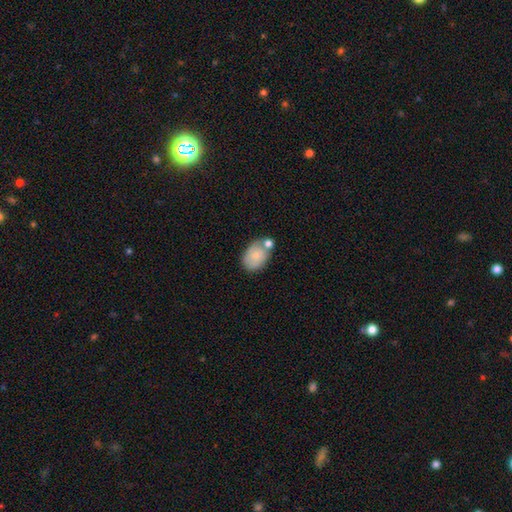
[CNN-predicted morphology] Smooth or featured: smooth — 73% (featured or disk — 19%)
How rounded: in between — 80% (round — 19%)
Merging: none — 47% (merger — 29%)